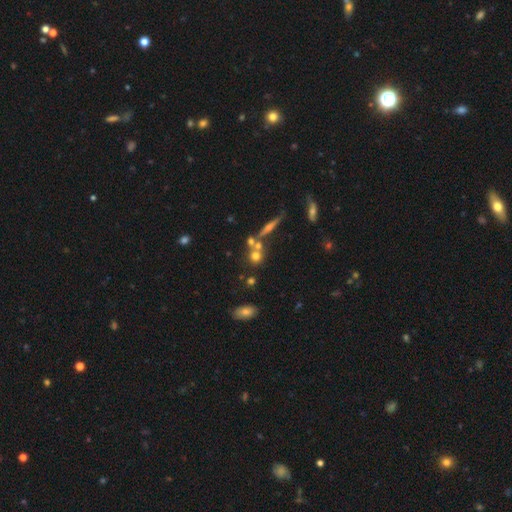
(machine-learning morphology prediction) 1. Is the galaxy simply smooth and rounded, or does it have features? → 60% smooth, 24% featured or disk, 17% star or artifact.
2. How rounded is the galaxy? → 79% round, 16% in between, 6% cigar-shaped.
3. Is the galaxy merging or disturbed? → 49% none, 37% merger, 9% minor disturbance, 5% major disturbance.